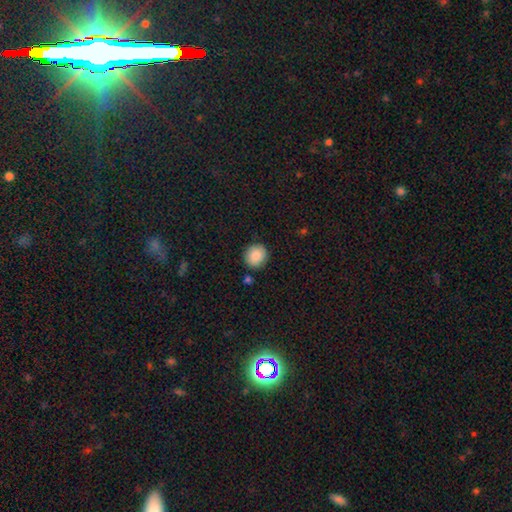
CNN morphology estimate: smooth_or_featured: smooth (p=0.87) [alt: star or artifact p=0.08]
how_rounded: round (p=0.87) [alt: in between p=0.12]
merging: none (p=0.87) [alt: minor disturbance p=0.08]